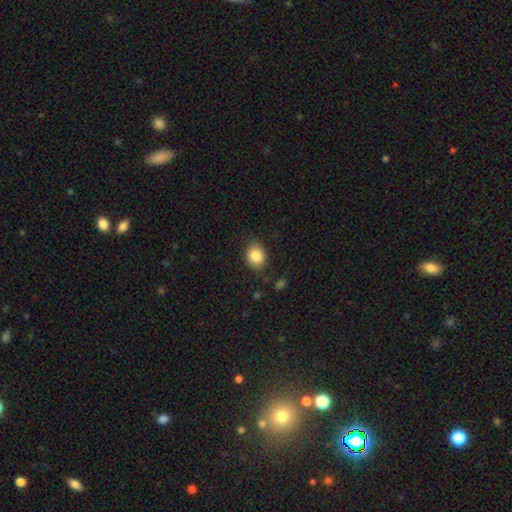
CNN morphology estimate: A smooth galaxy with no disk features (85%) that is round (52%). Merging: none (84%).